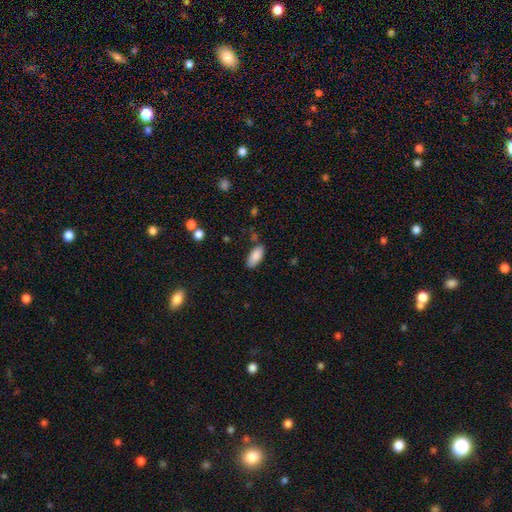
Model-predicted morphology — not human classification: Smooth or featured?
  - smooth: 87% *
  - star or artifact: 7%
  - featured or disk: 6%
How rounded?
  - in between: 88% *
  - cigar-shaped: 10%
  - round: 2%
Merging?
  - none: 75% *
  - minor disturbance: 17%
  - major disturbance: 4%
  - merger: 4%